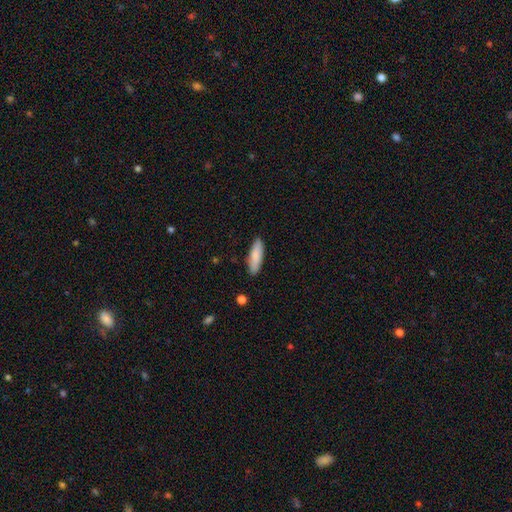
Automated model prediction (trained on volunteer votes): smooth-or-featured: smooth: 85% | featured or disk: 9% | star or artifact: 6%
  how-rounded: cigar-shaped: 50% | in between: 48% | round: 1%
  merging: none: 87% | minor disturbance: 10% | major disturbance: 2% | merger: 1%